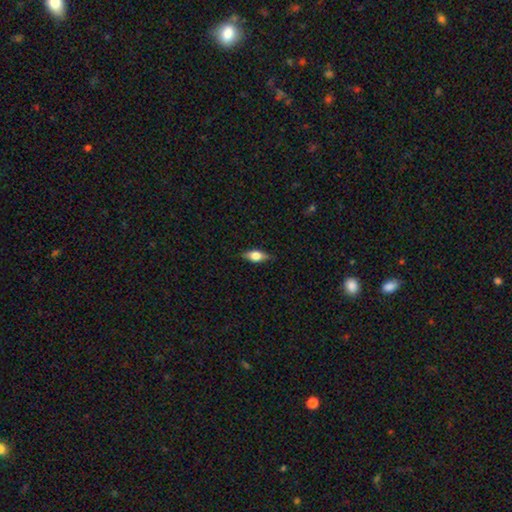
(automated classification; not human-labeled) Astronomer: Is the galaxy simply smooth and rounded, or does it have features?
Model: smooth — 56% (runner-up: featured or disk, 36%).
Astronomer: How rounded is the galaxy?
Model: in between — 74%.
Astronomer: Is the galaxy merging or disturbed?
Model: none — 85%.